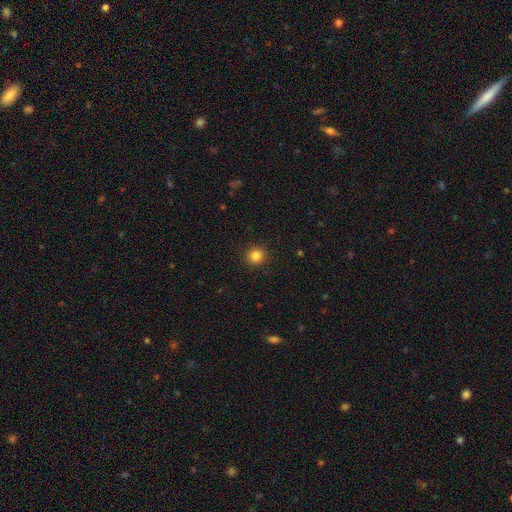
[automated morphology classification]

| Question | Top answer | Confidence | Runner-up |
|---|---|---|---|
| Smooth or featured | smooth | 84% | star or artifact (12%) |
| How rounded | round | 94% | in between (5%) |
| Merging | none | 92% | minor disturbance (5%) |